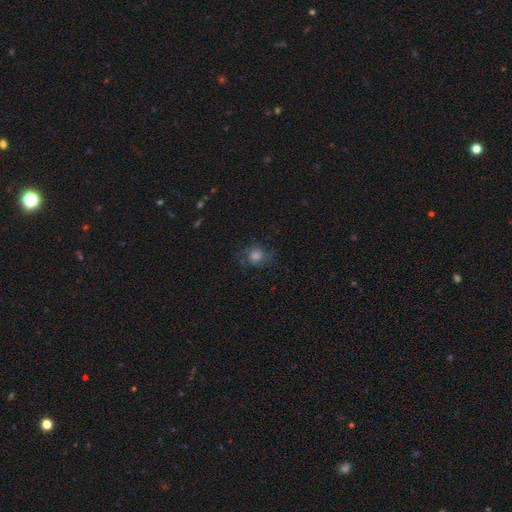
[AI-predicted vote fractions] Overall: smooth (45%; featured or disk 36%). Merging: none (68%).